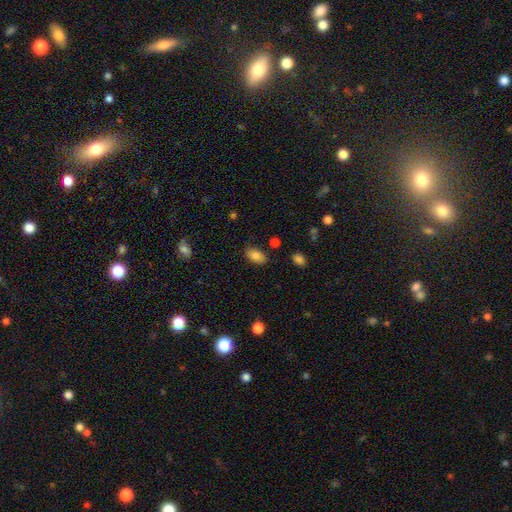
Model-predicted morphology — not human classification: smooth-or-featured: smooth: 83% | star or artifact: 8% | featured or disk: 8%
  how-rounded: in between: 91% | round: 6% | cigar-shaped: 2%
  merging: none: 81% | minor disturbance: 13% | major disturbance: 3% | merger: 2%